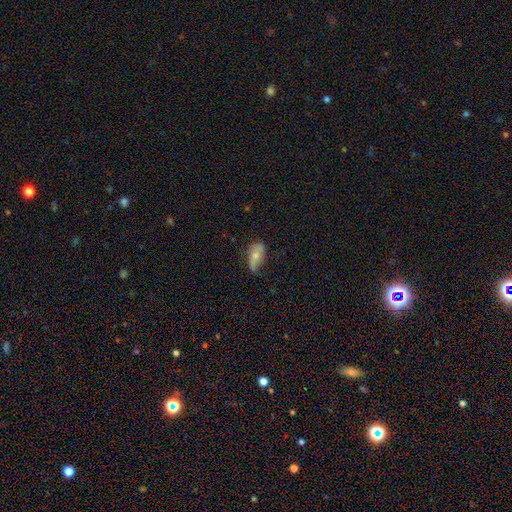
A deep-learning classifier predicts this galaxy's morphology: smooth-or-featured: smooth: 59% | featured or disk: 34% | star or artifact: 8%
  how-rounded: in between: 88% | round: 6% | cigar-shaped: 6%
  merging: none: 43% | minor disturbance: 40% | major disturbance: 15% | merger: 3%